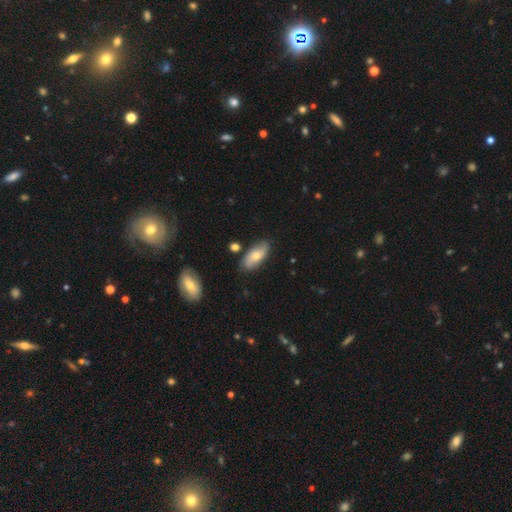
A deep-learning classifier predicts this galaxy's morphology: A smooth galaxy with no disk features (50%) that is in between round and cigar-shaped (86%). Merging: none (78%).